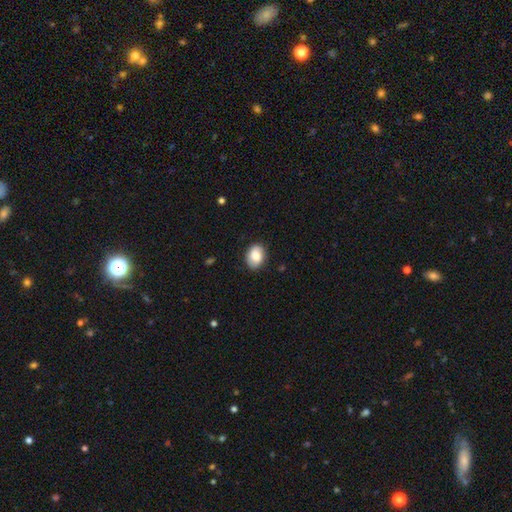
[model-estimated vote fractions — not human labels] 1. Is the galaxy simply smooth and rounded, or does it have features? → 80% smooth, 12% featured or disk, 7% star or artifact.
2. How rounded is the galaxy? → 73% in between, 26% round, 1% cigar-shaped.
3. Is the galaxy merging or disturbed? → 84% none, 12% minor disturbance, 3% major disturbance, 1% merger.